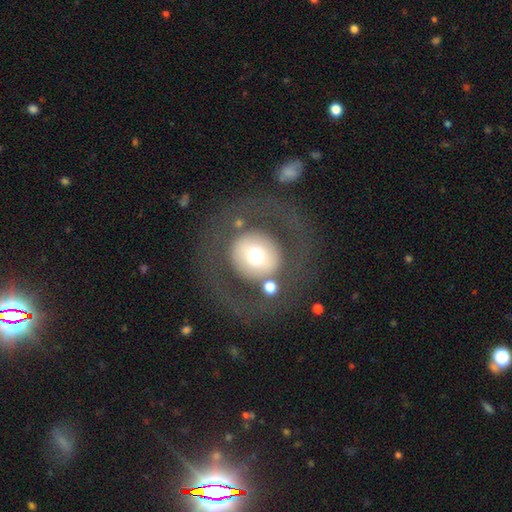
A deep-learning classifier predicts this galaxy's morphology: smooth 55%, featured or disk 35%, star or artifact 10%. Down the decision tree: how rounded — round (89%); merging — none (70%).